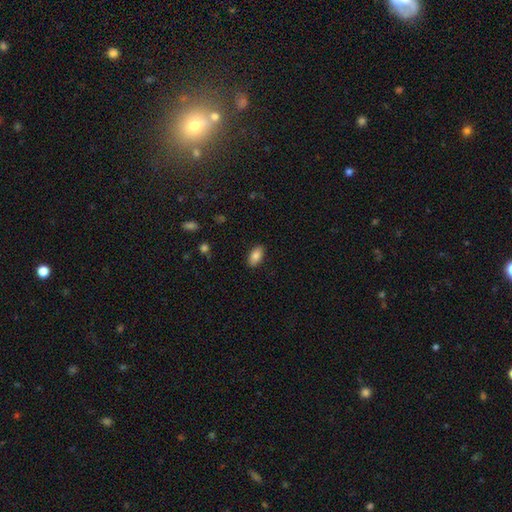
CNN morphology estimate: Smooth or featured? smooth (84%)
How rounded? in between (92%)
Merging? none (88%)